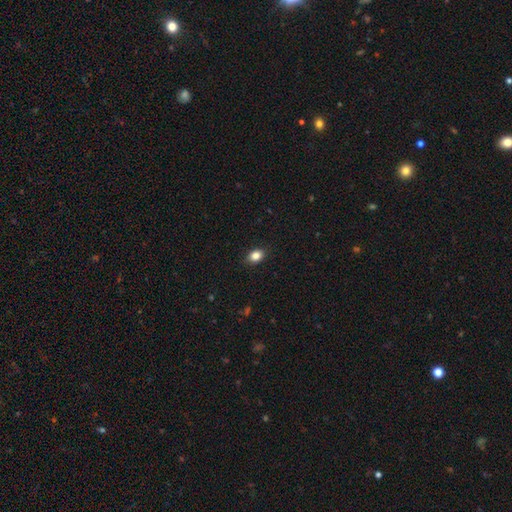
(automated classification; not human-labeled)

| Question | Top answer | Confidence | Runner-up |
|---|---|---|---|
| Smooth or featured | smooth | 85% | star or artifact (10%) |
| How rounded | in between | 73% | round (26%) |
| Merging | none | 88% | minor disturbance (9%) |